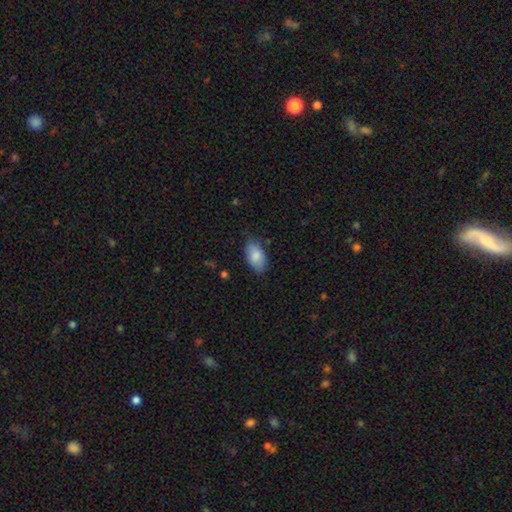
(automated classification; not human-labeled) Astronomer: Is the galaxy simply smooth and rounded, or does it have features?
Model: smooth — 84%.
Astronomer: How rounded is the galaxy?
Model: in between — 94%.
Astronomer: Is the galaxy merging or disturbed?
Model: none — 74%.